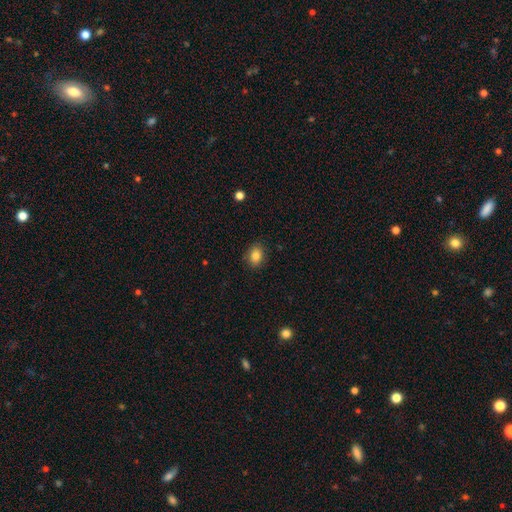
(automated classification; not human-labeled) Overall: smooth (84%). How rounded: in between (58%; round 41%). Merging: none (87%).